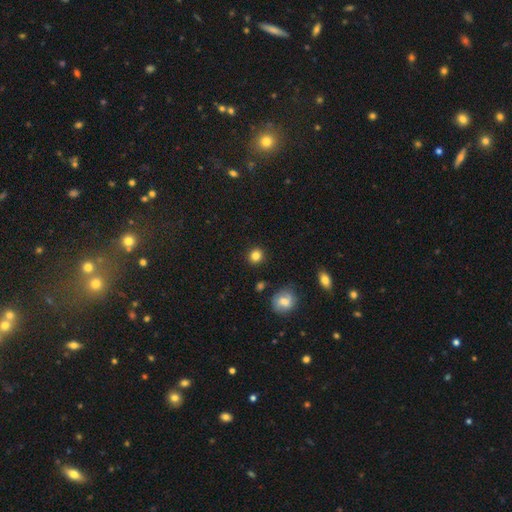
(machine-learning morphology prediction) The model was most divided on "smooth or featured": smooth: 84%, star or artifact: 11%, featured or disk: 5%. More confident: merging — none (90%); how rounded — round (88%).